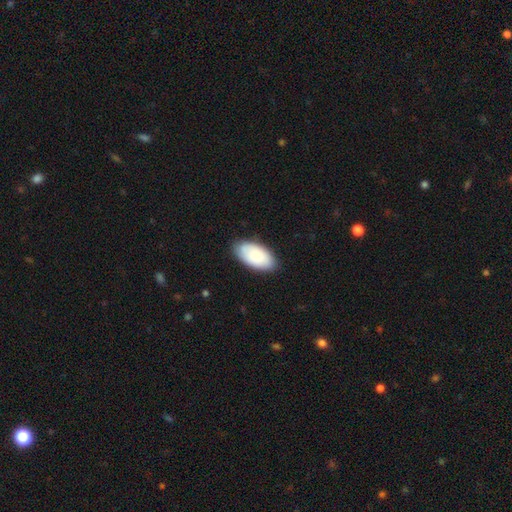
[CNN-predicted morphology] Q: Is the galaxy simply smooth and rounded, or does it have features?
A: smooth — 82%.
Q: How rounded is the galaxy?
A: in between — 96%.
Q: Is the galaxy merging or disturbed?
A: none — 83%.